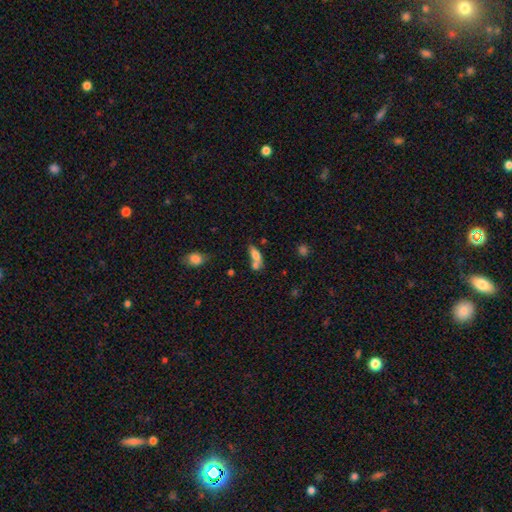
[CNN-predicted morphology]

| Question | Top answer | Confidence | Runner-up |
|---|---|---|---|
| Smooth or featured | smooth | 70% | featured or disk (20%) |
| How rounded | in between | 67% | cigar-shaped (28%) |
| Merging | merger | 47% | none (33%) |